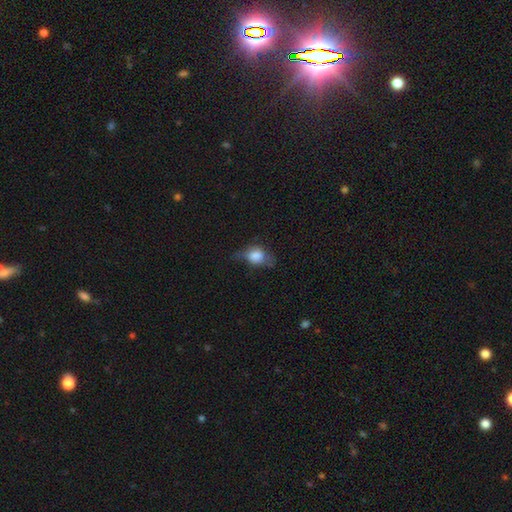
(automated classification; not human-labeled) Smooth or featured?
  - smooth: 71% *
  - featured or disk: 19%
  - star or artifact: 10%
How rounded?
  - in between: 69% *
  - round: 28%
  - cigar-shaped: 2%
Merging?
  - none: 35% * (tied)
  - minor disturbance: 35% * (tied)
  - major disturbance: 28%
  - merger: 3%